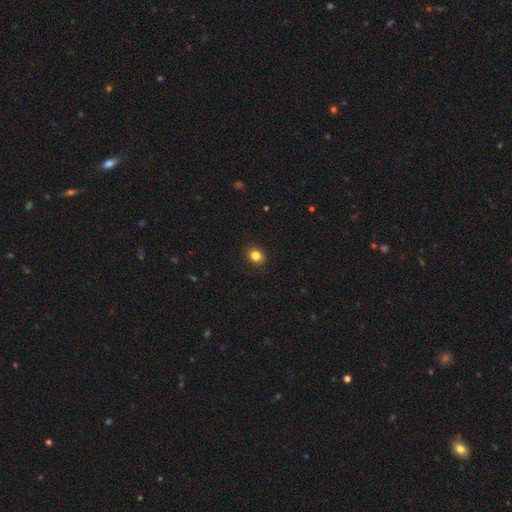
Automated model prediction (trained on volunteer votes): The model was most divided on "how rounded": round: 53%, in between: 47%, cigar-shaped: 1%. More confident: merging — none (89%); smooth or featured — smooth (84%).